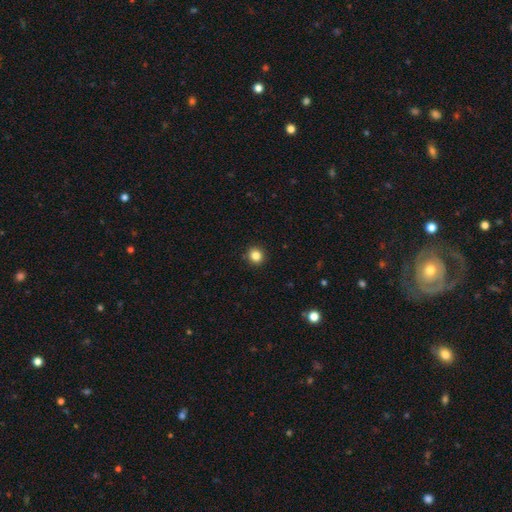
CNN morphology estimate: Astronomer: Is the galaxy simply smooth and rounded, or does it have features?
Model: smooth — 84%.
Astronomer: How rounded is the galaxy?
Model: round — 90%.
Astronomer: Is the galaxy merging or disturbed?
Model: none — 92%.